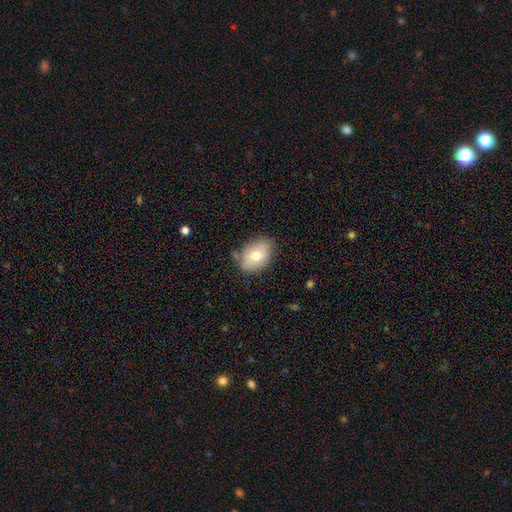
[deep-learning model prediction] Morphology: type=smooth (73%); roundness=in between (78%); merging=none (72%).